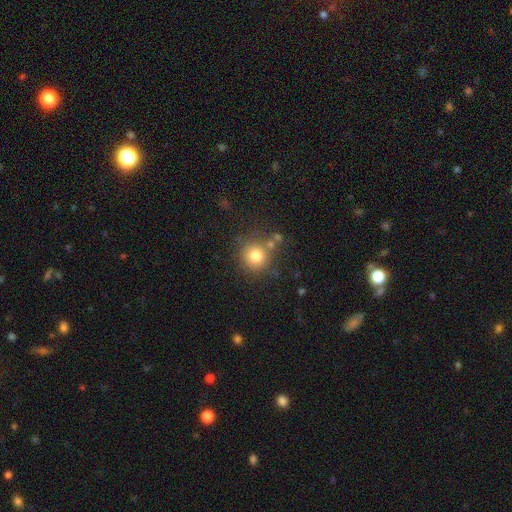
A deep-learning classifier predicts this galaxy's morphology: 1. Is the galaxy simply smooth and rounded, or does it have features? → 77% smooth, 13% star or artifact, 9% featured or disk.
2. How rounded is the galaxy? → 92% round, 7% in between, 1% cigar-shaped.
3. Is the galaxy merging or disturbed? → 74% none, 11% minor disturbance, 10% merger, 4% major disturbance.